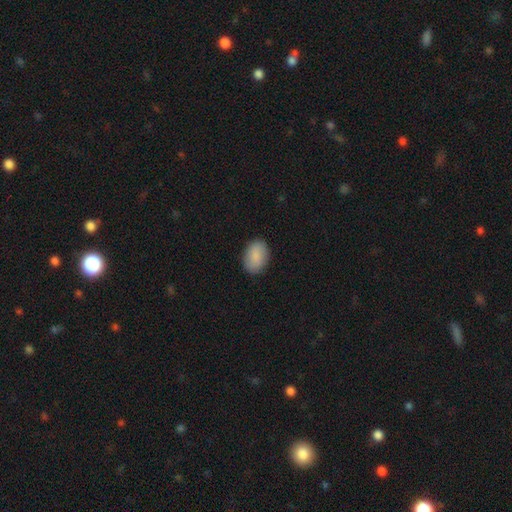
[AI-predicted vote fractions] Q: Smooth or featured?
A: smooth (86%); runner-up: featured or disk (8%)
Q: How rounded?
A: in between (82%); runner-up: round (17%)
Q: Merging?
A: none (87%); runner-up: minor disturbance (9%)